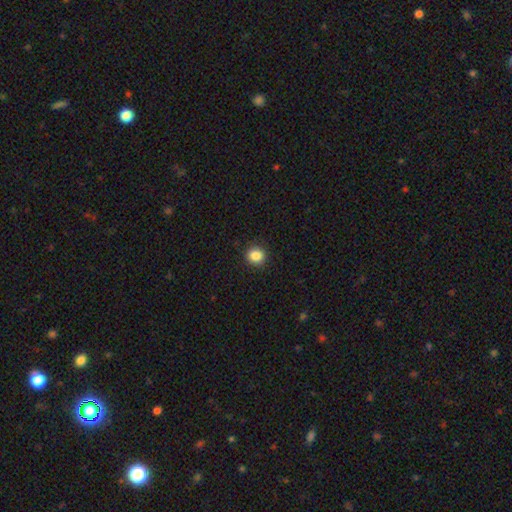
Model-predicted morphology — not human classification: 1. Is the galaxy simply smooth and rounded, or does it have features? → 86% smooth, 10% star or artifact, 4% featured or disk.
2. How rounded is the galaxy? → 89% round, 10% in between, 1% cigar-shaped.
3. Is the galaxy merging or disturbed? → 91% none, 6% minor disturbance, 2% major disturbance, 1% merger.